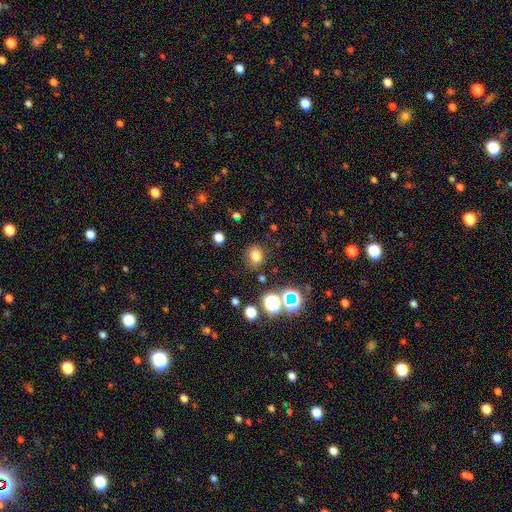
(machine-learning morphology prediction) type=smooth (74%); roundness=round (55%); merging=none (79%).